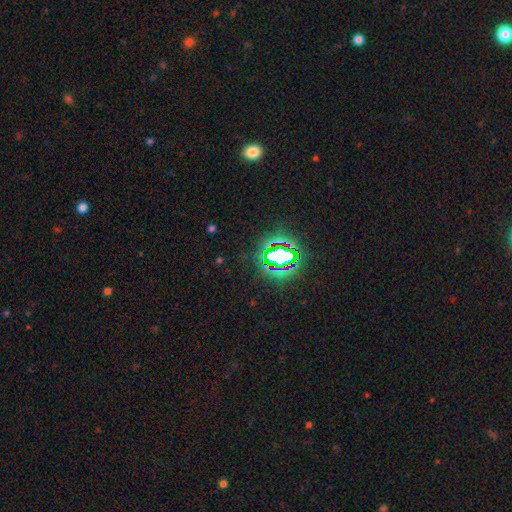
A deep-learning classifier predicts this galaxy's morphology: star or artifact 77%, smooth 14%, featured or disk 9%.